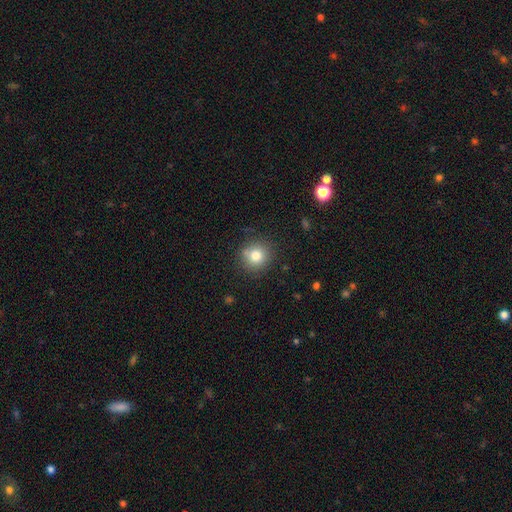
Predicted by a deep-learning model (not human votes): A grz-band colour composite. It shows a smooth galaxy with no disk features (79%) that is round (89%). Merging: none (82%).